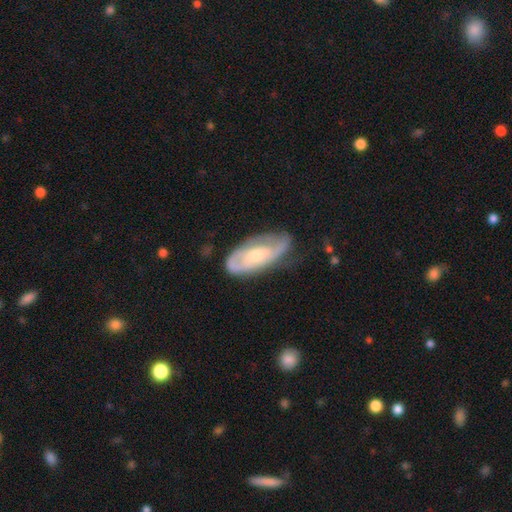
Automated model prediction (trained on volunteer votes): Smooth or featured: featured or disk — 70% (smooth — 25%)
Edge-on disk: no — 90% (yes — 10%)
Bar: no — 64% (weak — 28%)
Spiral arms: yes — 80% (no — 20%)
Spiral winding: tight — 43% (medium — 38%)
Spiral arm count: 2 — 48% (can't tell — 33%)
Bulge size: moderate — 51% (small — 42%)
Merging: none — 58% (minor disturbance — 27%)